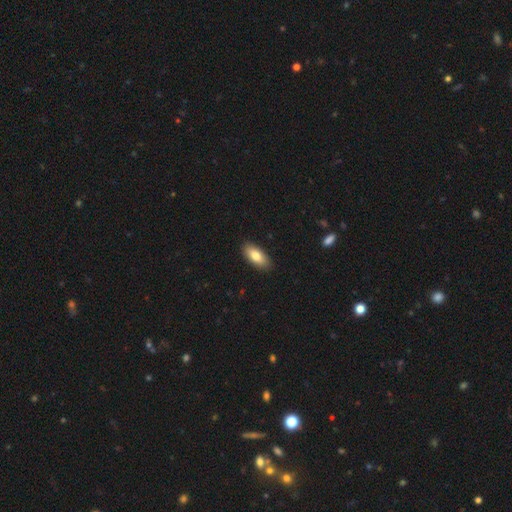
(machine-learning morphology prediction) This is clearly a smooth galaxy (81%). How rounded: clearly in between (87%). Merging: clearly none (89%).